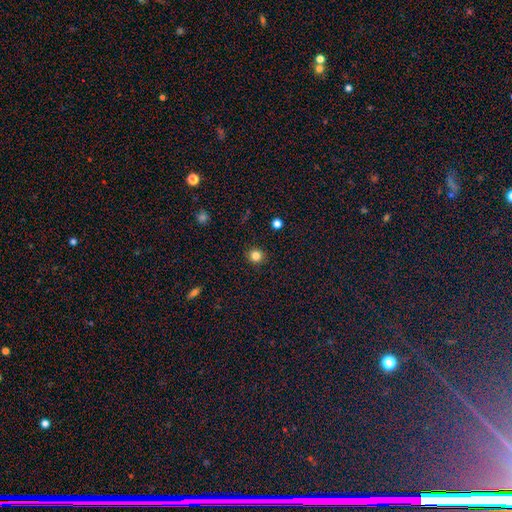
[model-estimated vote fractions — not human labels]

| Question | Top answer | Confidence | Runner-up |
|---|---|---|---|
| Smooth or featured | smooth | 83% | star or artifact (12%) |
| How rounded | round | 92% | in between (7%) |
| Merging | none | 91% | minor disturbance (5%) |